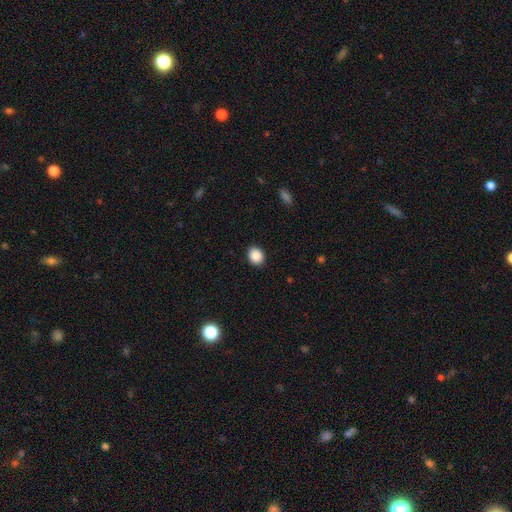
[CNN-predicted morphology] type=smooth (89%); roundness=round (58%); merging=none (90%).